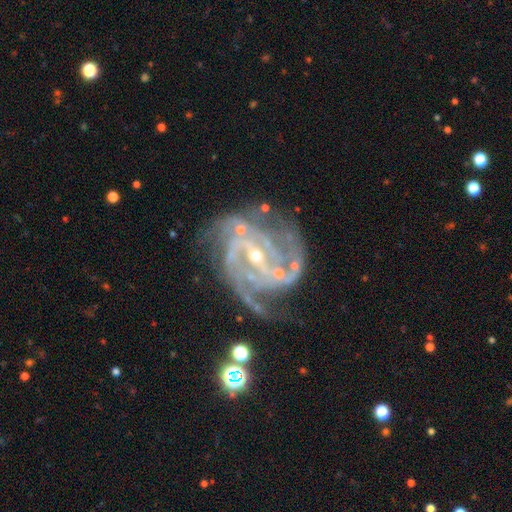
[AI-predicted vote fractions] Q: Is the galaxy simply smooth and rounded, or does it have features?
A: featured or disk — 91%.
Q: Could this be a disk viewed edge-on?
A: no — 98%.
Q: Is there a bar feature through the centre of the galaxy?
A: strong — 44%.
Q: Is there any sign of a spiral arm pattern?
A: yes — 98%.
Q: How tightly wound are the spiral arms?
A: medium — 46%.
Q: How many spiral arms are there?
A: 2 — 35%.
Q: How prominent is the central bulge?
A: small — 69%.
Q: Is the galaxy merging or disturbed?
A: none — 56%.